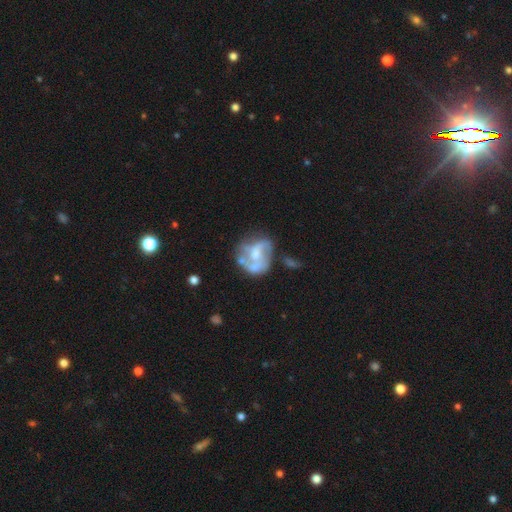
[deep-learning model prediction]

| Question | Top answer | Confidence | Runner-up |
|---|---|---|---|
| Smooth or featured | featured or disk | 69% | smooth (24%) |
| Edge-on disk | no | 98% | yes (2%) |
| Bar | no | 60% | weak (32%) |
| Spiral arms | yes | 57% | no (43%) |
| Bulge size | moderate | 46% | small (32%) |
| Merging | none | 39% | minor disturbance (22%) |